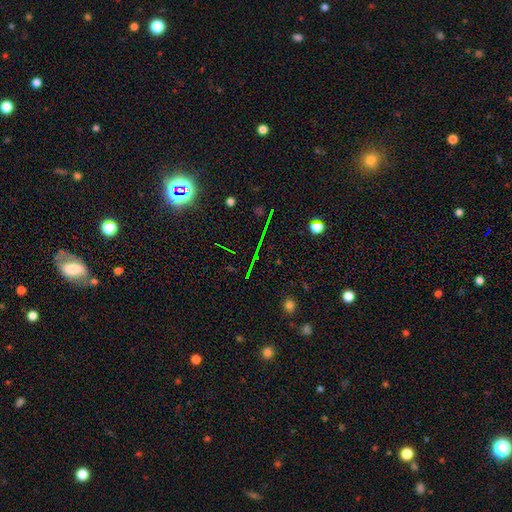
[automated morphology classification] Smooth or featured?
  - star or artifact: 74% *
  - featured or disk: 13%
  - smooth: 13%